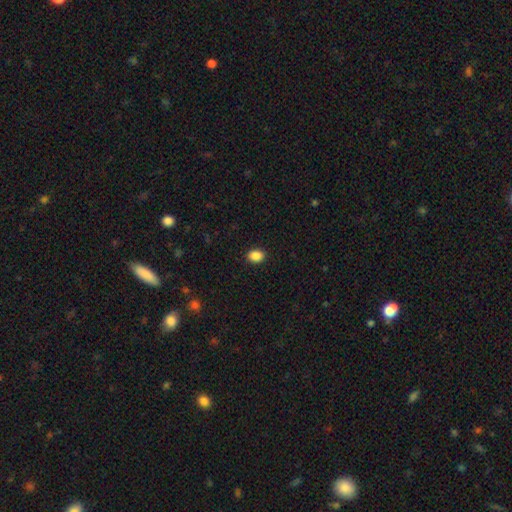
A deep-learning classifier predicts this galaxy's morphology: The model was most divided on "how rounded": in between: 69%, round: 30%, cigar-shaped: 1%. More confident: merging — none (91%); smooth or featured — smooth (88%).